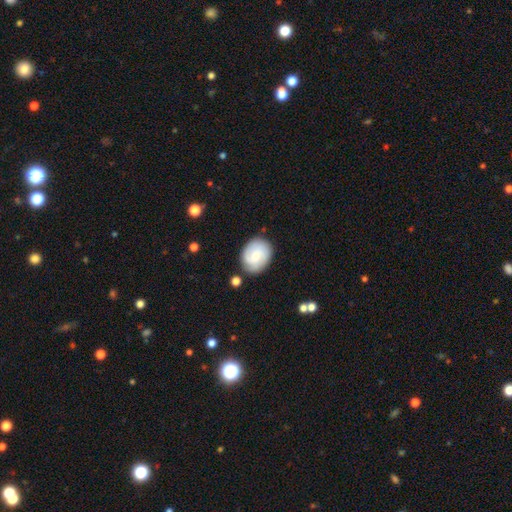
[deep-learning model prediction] Smooth or featured: smooth — 57% (featured or disk — 37%)
How rounded: round — 56% (in between — 43%)
Merging: none — 79% (minor disturbance — 14%)